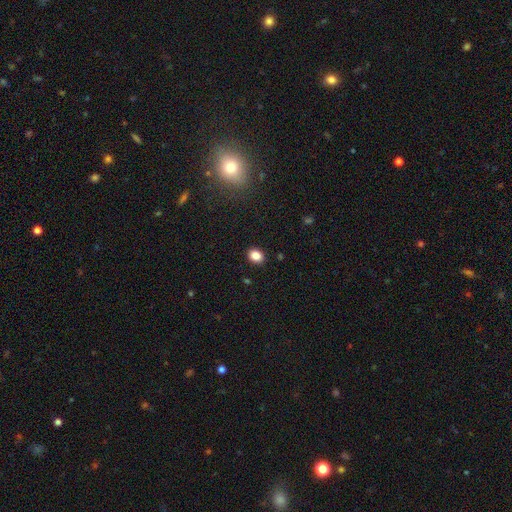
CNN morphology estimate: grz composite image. It shows a smooth galaxy with no disk features (86%) that is in between round and cigar-shaped (56%). Merging: none (90%).